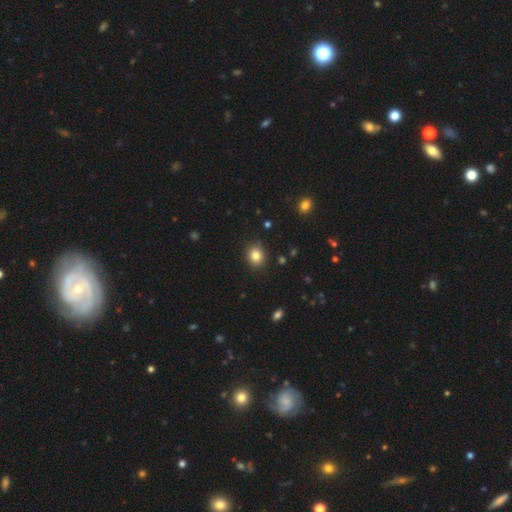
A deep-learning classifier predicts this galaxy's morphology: Q: Smooth or featured?
A: smooth (83%); runner-up: star or artifact (11%)
Q: How rounded?
A: round (71%); runner-up: in between (28%)
Q: Merging?
A: none (88%); runner-up: minor disturbance (9%)